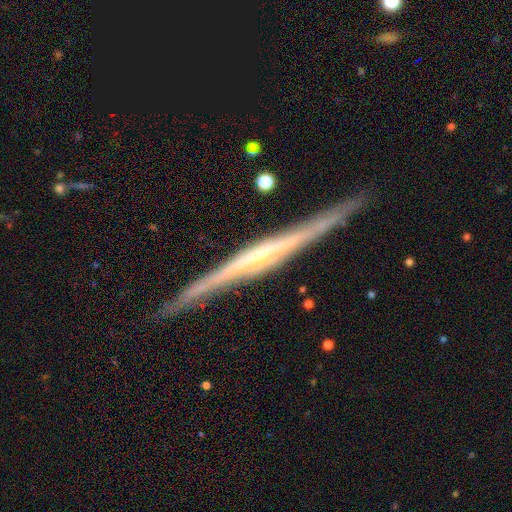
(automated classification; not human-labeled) smooth_or_featured: featured or disk (p=0.69) [alt: smooth p=0.23]
disk_edge_on: yes (p=0.95) [alt: no p=0.05]
edge_on_bulge: none (p=0.47) [alt: rounded p=0.42]
merging: none (p=0.82) [alt: minor disturbance p=0.12]